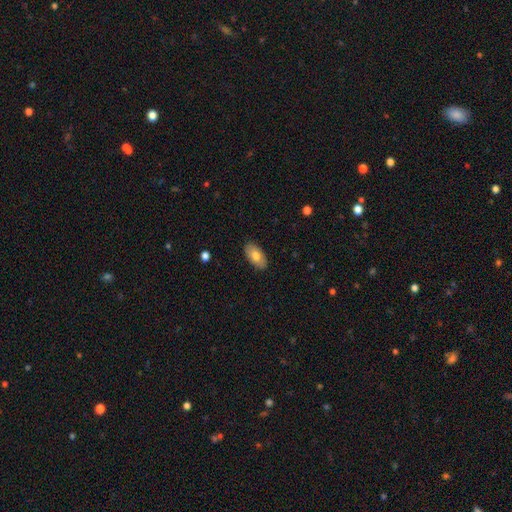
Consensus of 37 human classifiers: Smooth or featured?
  - smooth: 73% *
  - featured or disk: 19%
  - star or artifact: 8%
How rounded?
  - in between: 93% *
  - cigar-shaped: 7%
  - round: 0%
Merging?
  - none: 82% *
  - minor disturbance: 18%
  - major disturbance: 0%
  - merger: 0%